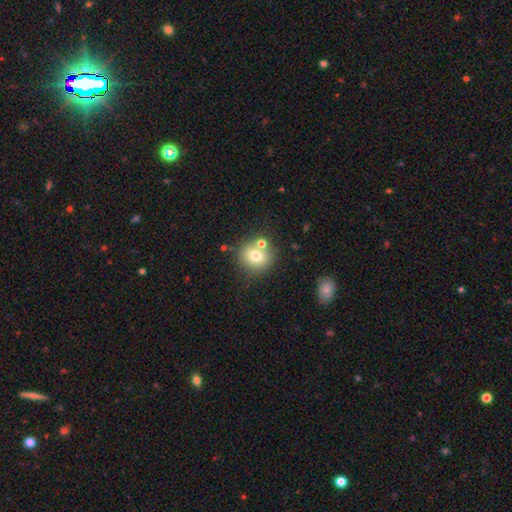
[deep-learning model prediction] Morphology: type=smooth (74%); roundness=round (82%); merging=none (66%).